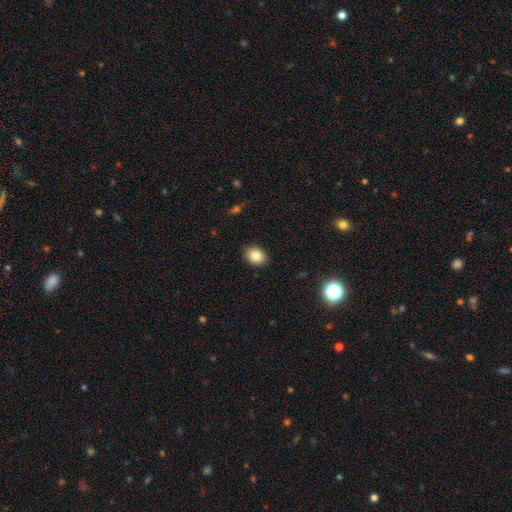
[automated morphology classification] Smooth or featured? smooth (86%)
How rounded? in between (60%)
Merging? none (89%)